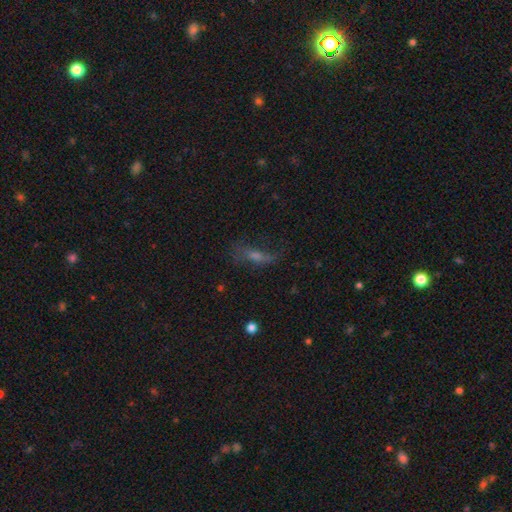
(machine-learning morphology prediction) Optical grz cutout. It shows a featured or disk galaxy (41%). Merging: none (47%).